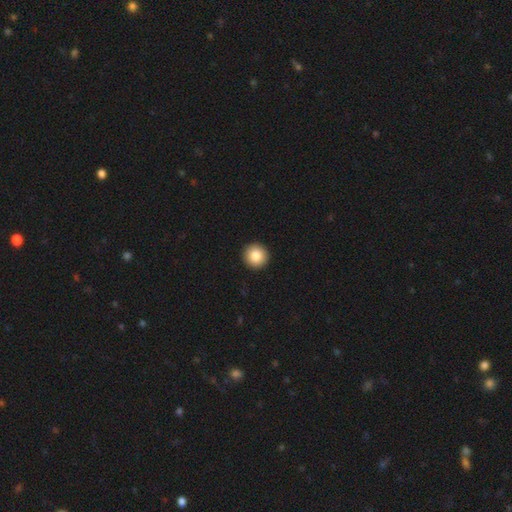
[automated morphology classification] Smooth or featured: smooth — 84% (star or artifact — 9%)
How rounded: round — 96% (in between — 3%)
Merging: none — 94% (minor disturbance — 4%)